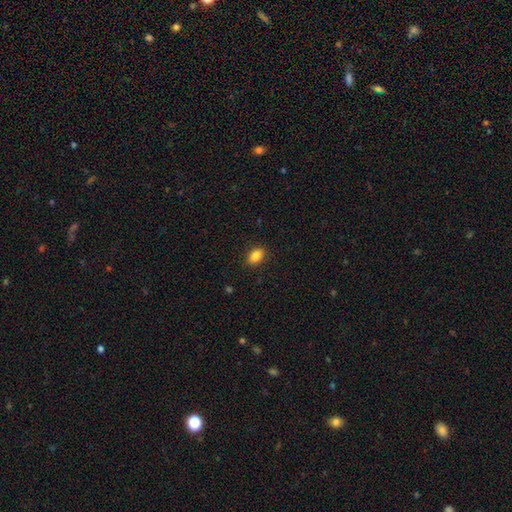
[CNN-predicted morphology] smooth 87%, star or artifact 9%, featured or disk 4%. Down the decision tree: how rounded — in between (86%); merging — none (89%).